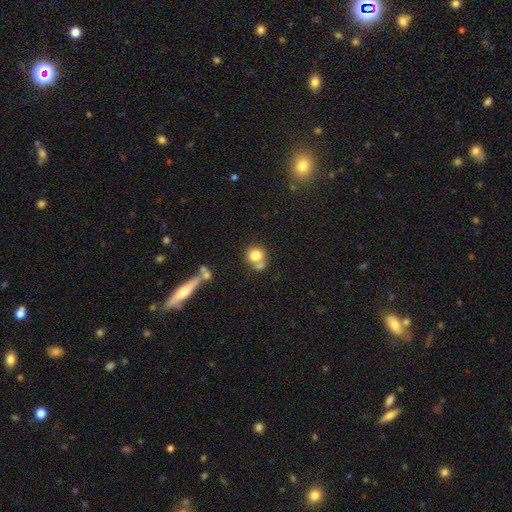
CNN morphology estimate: This appears to be a smooth galaxy with no disk features (78%) that is round (81%). Merging: none (50%).